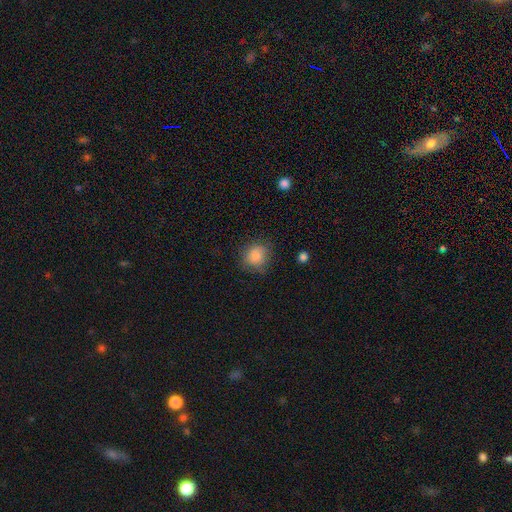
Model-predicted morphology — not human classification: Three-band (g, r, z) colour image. It shows a smooth galaxy with no disk features (86%) that is round (84%). Merging: none (79%).